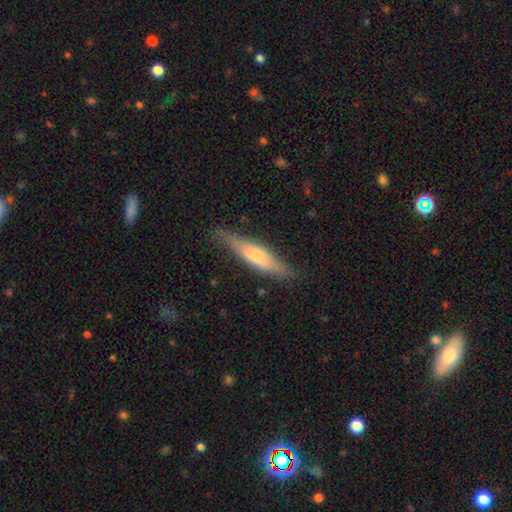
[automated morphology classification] smooth_or_featured: smooth (p=0.48) [alt: featured or disk p=0.46]
merging: none (p=0.82) [alt: minor disturbance p=0.14]